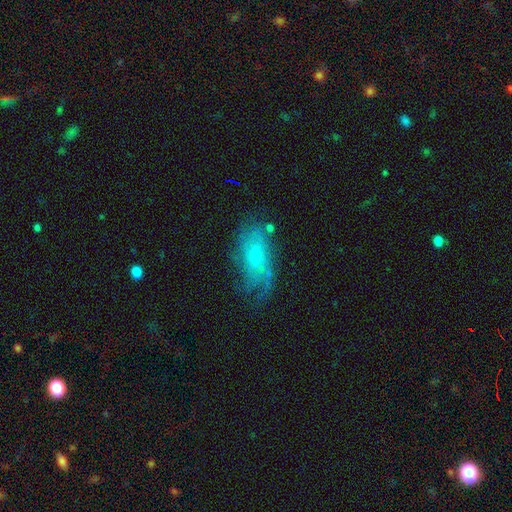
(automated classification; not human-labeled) Overall: featured or disk (60%; smooth 30%). Edge-on disk: no (90%). Bar: no (71%). Spiral arms: yes (76%). Bulge size: small (72%). Merging: none (49%; minor disturbance 26%).